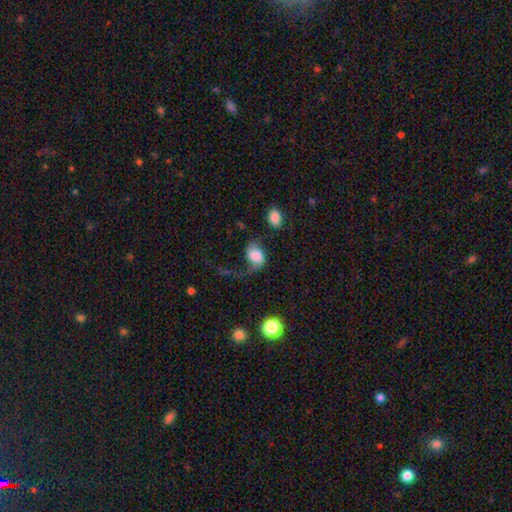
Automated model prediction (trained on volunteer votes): Smooth or featured? featured or disk (54%)
Edge-on disk? no (97%)
Bar? no (60%)
Spiral arms? yes (87%)
Bulge size? large (36%)
Merging? major disturbance (40%)